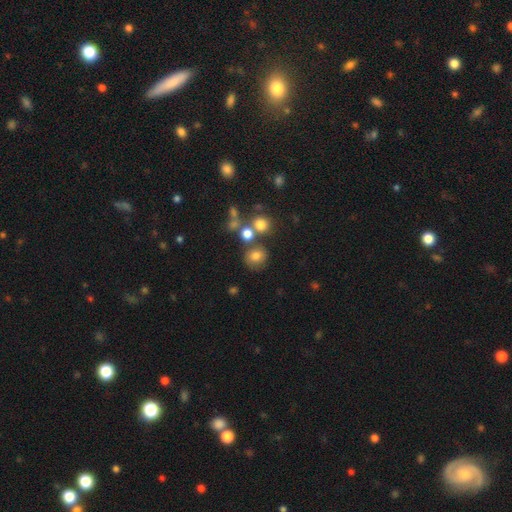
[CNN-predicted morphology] This is likely a smooth galaxy (72%). How rounded: clearly round (83%). Merging: likely none (63%).